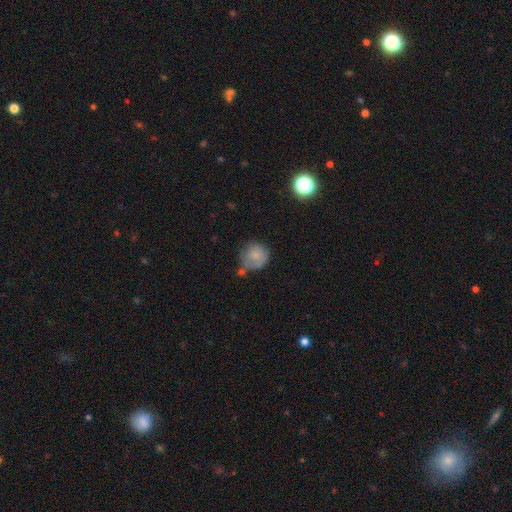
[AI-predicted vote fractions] smooth_or_featured: smooth (p=0.76) [alt: featured or disk p=0.15]
how_rounded: round (p=0.85) [alt: in between p=0.14]
merging: none (p=0.47) [alt: minor disturbance p=0.28]